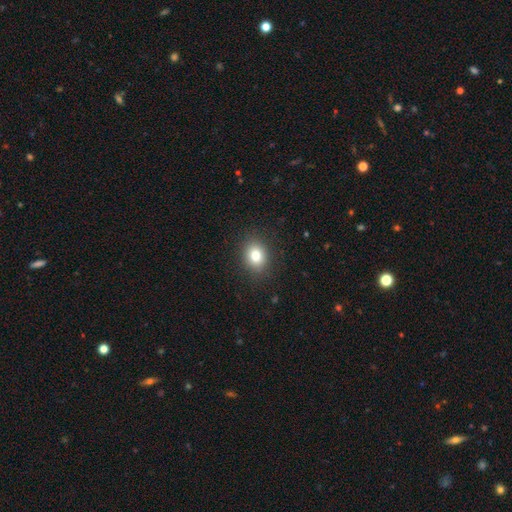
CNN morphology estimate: Q: Smooth or featured?
A: smooth (81%); runner-up: star or artifact (11%)
Q: How rounded?
A: round (53%); runner-up: in between (46%)
Q: Merging?
A: none (88%); runner-up: minor disturbance (9%)